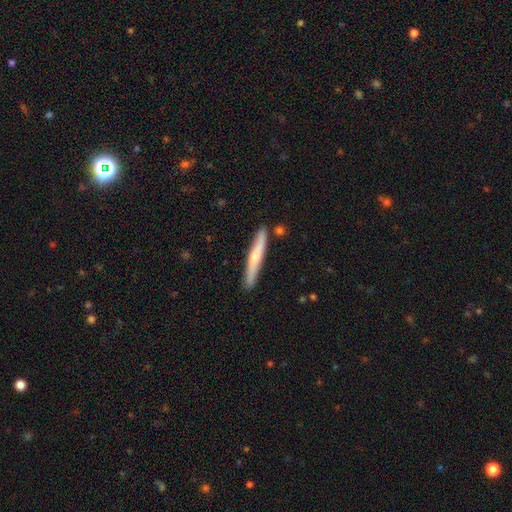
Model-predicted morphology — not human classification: type=smooth (53%); roundness=cigar-shaped (95%); merging=none (85%).